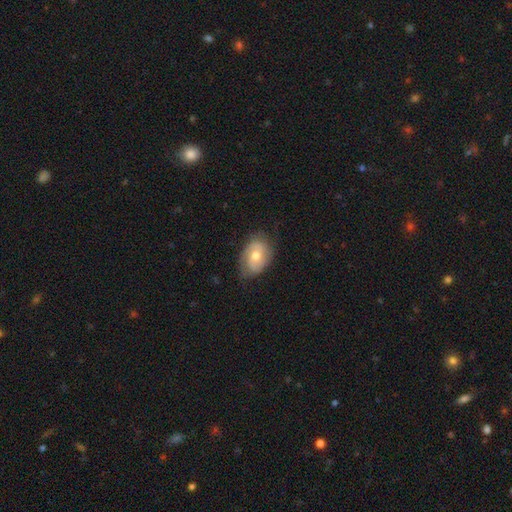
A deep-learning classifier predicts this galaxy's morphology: A featured or disk galaxy (58%) with no bar (68%), spiral arms (80%) and a moderate central bulge (68%). Merging: none (69%).